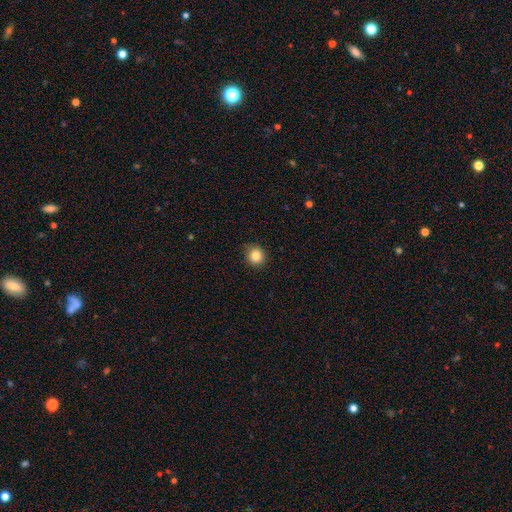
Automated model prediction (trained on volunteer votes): smooth_or_featured: smooth (p=0.84) [alt: star or artifact p=0.11]
how_rounded: round (p=0.89) [alt: in between p=0.10]
merging: none (p=0.88) [alt: minor disturbance p=0.09]